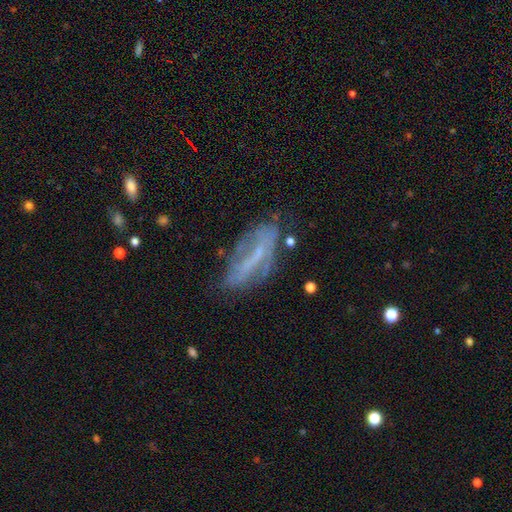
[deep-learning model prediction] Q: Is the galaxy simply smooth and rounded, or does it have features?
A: featured or disk — 58%.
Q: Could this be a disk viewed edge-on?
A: no — 73%.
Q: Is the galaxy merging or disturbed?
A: none — 56%.